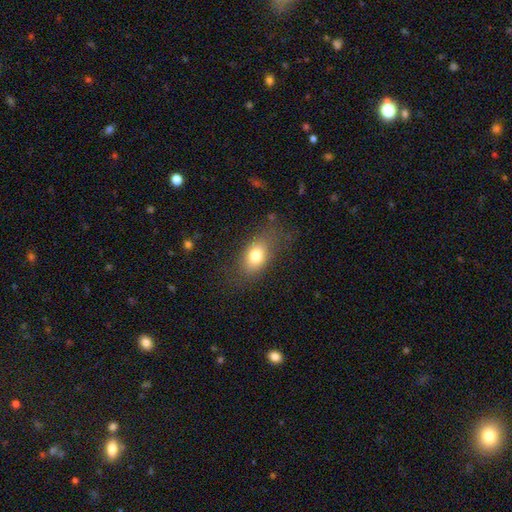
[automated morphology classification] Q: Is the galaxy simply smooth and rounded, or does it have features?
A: smooth — 76%.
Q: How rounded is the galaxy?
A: in between — 81%.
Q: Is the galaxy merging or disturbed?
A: none — 71%.